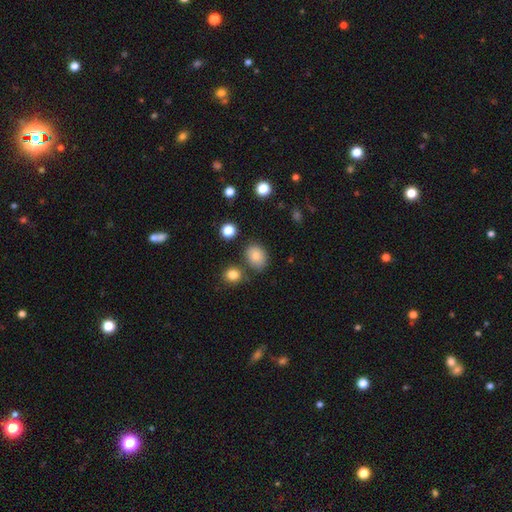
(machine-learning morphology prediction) This is clearly a smooth galaxy (83%). How rounded: possibly in between (55%). Merging: likely none (74%).